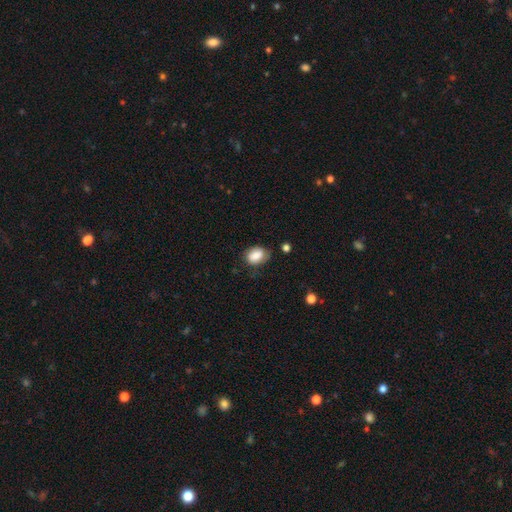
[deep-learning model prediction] Morphology: type=smooth (82%); roundness=in between (74%); merging=none (62%).